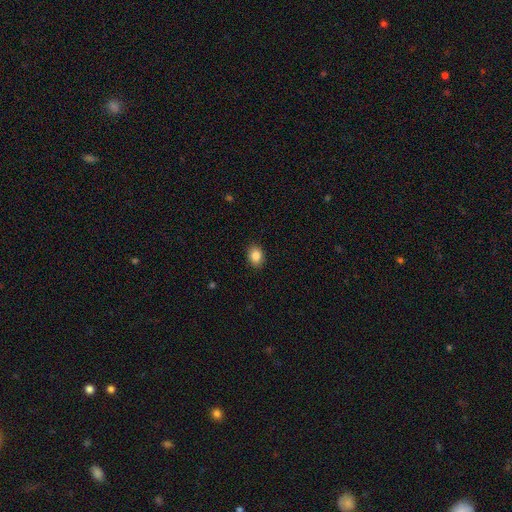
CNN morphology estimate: Overall: smooth (86%). How rounded: in between (62%; round 37%). Merging: none (89%).